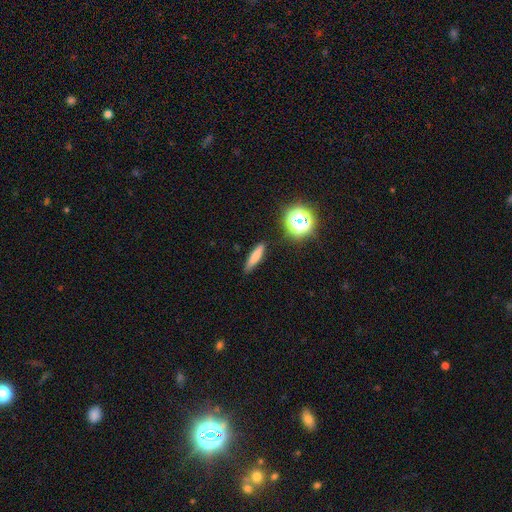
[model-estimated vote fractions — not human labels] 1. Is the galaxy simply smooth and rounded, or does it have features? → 71% smooth, 17% featured or disk, 12% star or artifact.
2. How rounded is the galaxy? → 77% cigar-shaped, 17% in between, 6% round.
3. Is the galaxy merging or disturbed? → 82% none, 12% minor disturbance, 3% major disturbance, 2% merger.